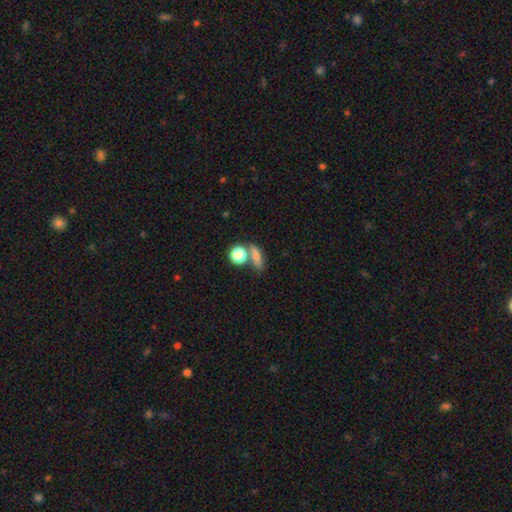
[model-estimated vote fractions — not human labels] Smooth or featured: smooth — 70% (star or artifact — 16%)
How rounded: in between — 41% (round — 33%)
Merging: none — 54% (merger — 27%)